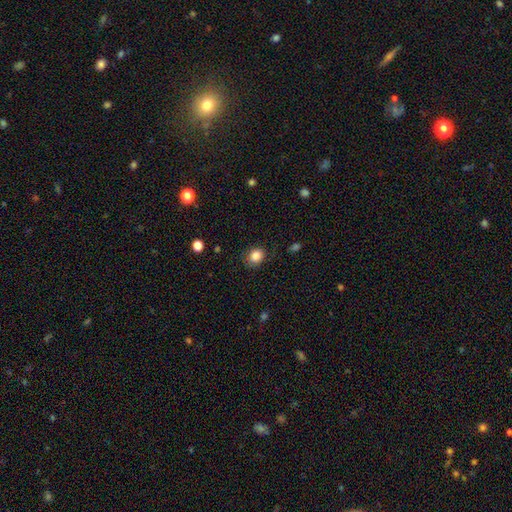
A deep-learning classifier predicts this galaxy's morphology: Q: Smooth or featured?
A: smooth (85%); runner-up: star or artifact (10%)
Q: How rounded?
A: round (62%); runner-up: in between (38%)
Q: Merging?
A: none (80%); runner-up: minor disturbance (15%)